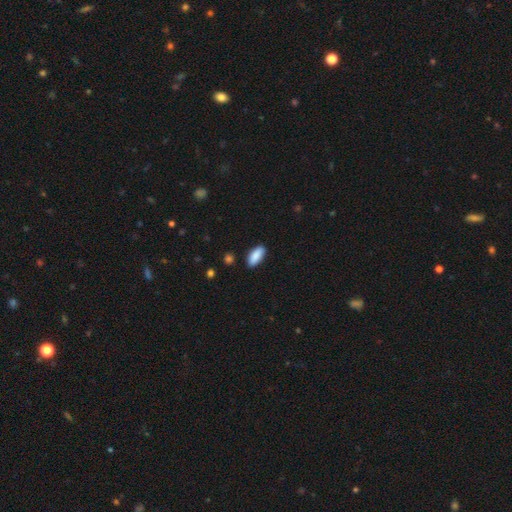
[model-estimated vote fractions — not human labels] A smooth galaxy with no disk features (89%) that is in between round and cigar-shaped (84%). Merging: none (87%).